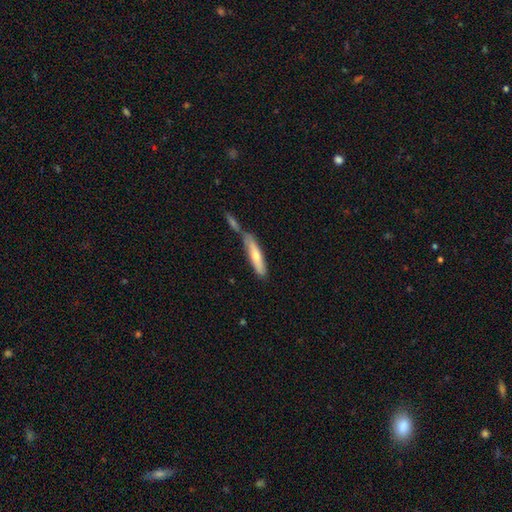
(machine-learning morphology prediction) A smooth galaxy with no disk features (63%) that is cigar-shaped (80%).

Vote fractions:
- Smooth or featured? smooth: 63% / featured or disk: 32% / star or artifact: 5%
- How rounded? cigar-shaped: 80% / in between: 19% / round: 1%
- Merging? none: 45% / merger: 36% / minor disturbance: 15% / major disturbance: 5%